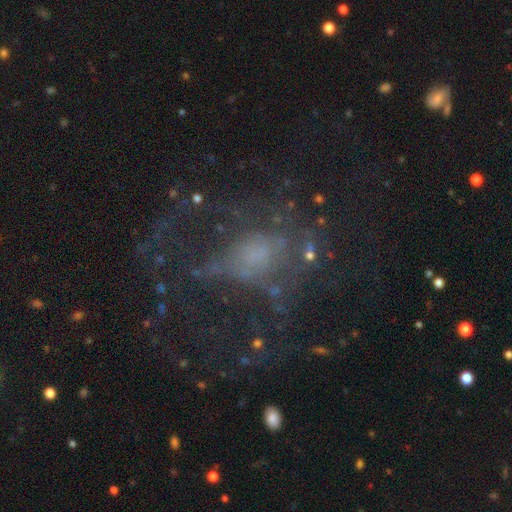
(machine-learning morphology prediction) featured or disk 56%, star or artifact 23%, smooth 21%. Down the decision tree: edge-on disk — no (96%); bar — no (79%); spiral arms — no (61%); bulge size — small (35%); merging — none (44%).